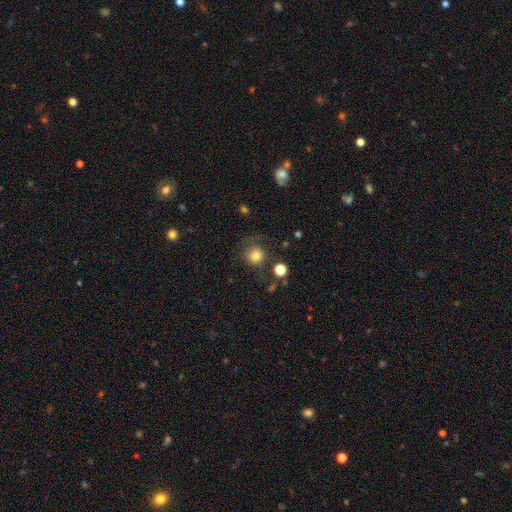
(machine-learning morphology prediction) This appears to be a smooth galaxy with no disk features (77%) that is round (89%). Merging: none (65%).